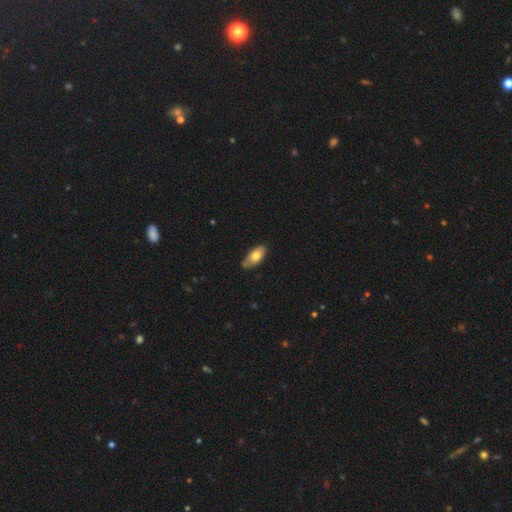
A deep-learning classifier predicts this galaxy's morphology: type=smooth (71%); roundness=in between (89%); merging=none (76%).